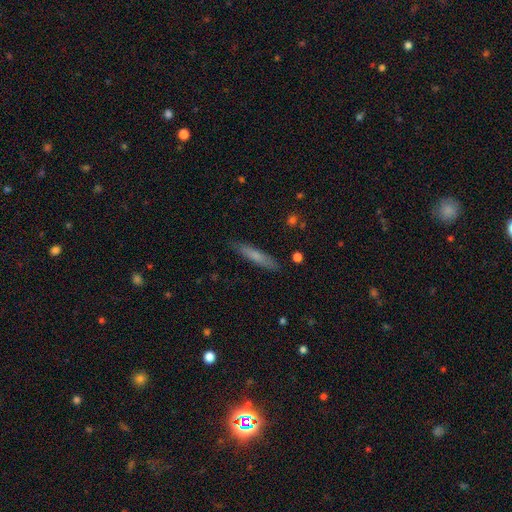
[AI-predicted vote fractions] A smooth galaxy with no disk features (67%) that is cigar-shaped (91%). Merging: none (88%).